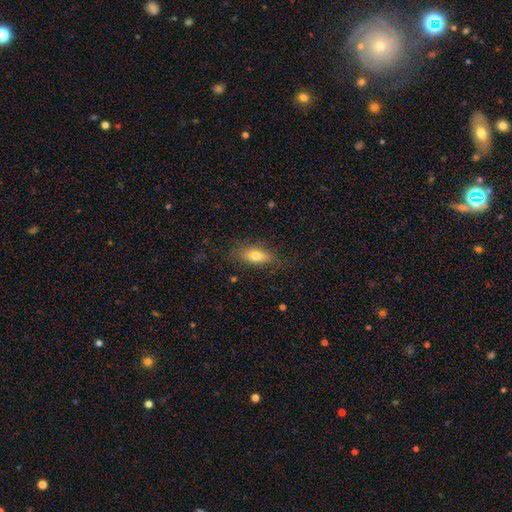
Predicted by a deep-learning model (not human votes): smooth 75%, featured or disk 16%, star or artifact 9%. Down the decision tree: how rounded — in between (80%); merging — none (78%).